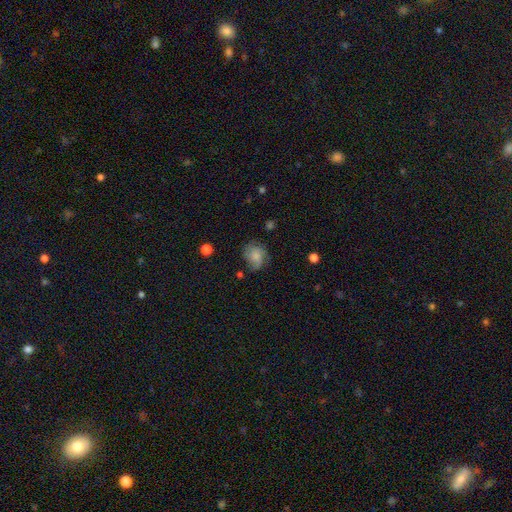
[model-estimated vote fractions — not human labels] The model was most divided on "merging": none: 56%, minor disturbance: 28%, major disturbance: 14%, merger: 3%. More confident: smooth or featured — smooth (65%); how rounded — round (64%).